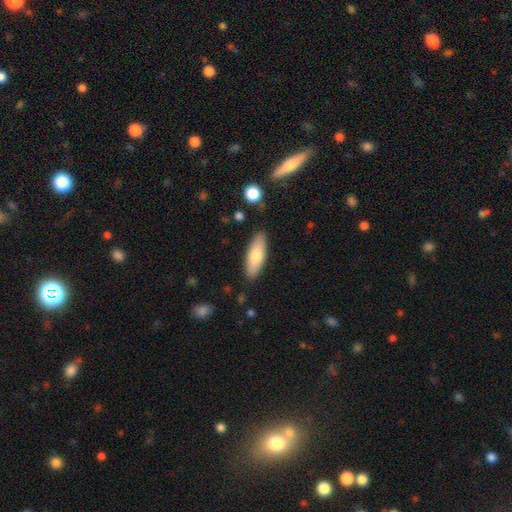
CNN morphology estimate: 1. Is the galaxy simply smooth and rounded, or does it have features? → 75% smooth, 19% featured or disk, 6% star or artifact.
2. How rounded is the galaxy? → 61% in between, 38% cigar-shaped, 2% round.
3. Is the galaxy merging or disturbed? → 86% none, 10% minor disturbance, 2% major disturbance, 2% merger.